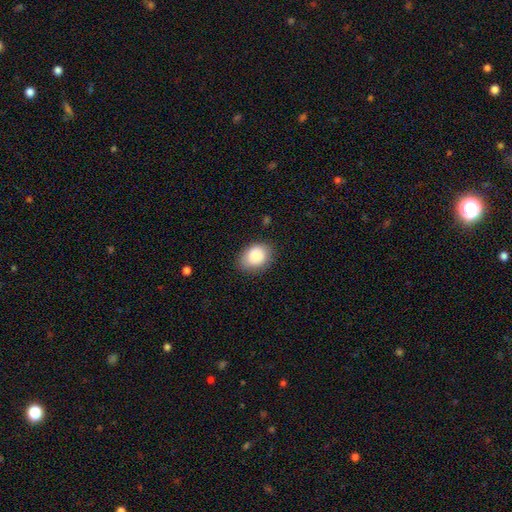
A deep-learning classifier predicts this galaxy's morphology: Smooth or featured? smooth (87%)
How rounded? in between (63%)
Merging? none (80%)